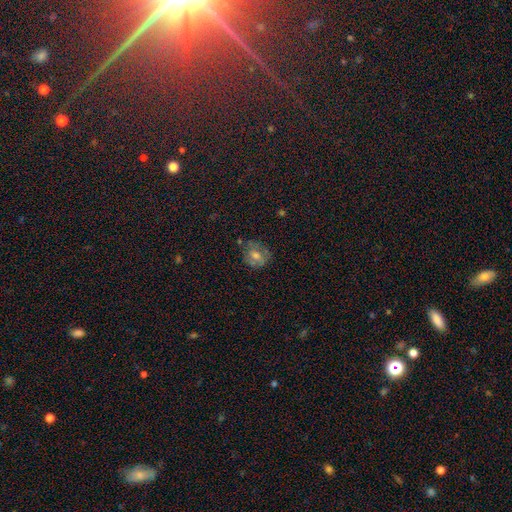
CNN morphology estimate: smooth 51%, featured or disk 33%, star or artifact 16%. Down the decision tree: how rounded — round (67%); merging — none (67%).